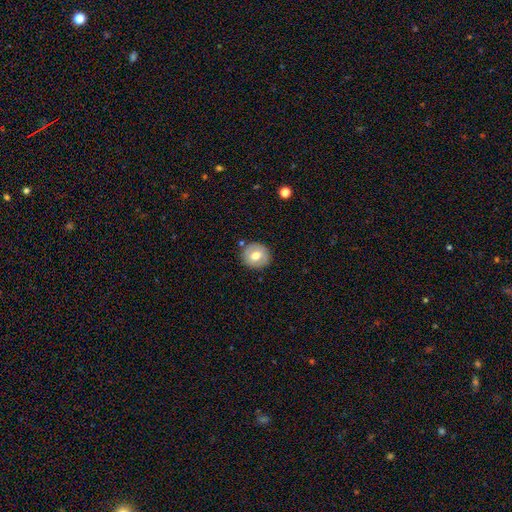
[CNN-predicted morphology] Smooth or featured: smooth — 66% (featured or disk — 27%)
How rounded: round — 87% (in between — 12%)
Merging: none — 85% (minor disturbance — 10%)